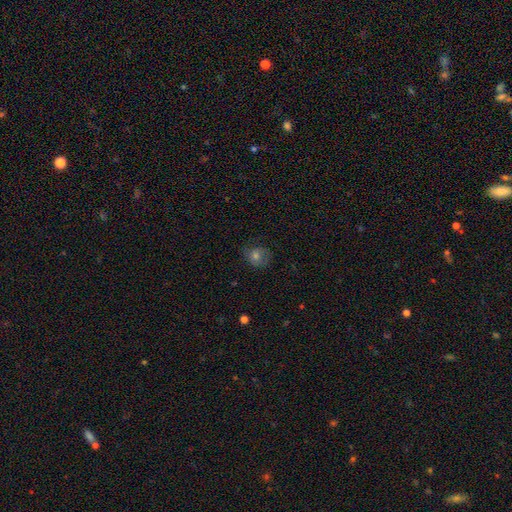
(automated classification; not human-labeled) Overall: smooth (61%; featured or disk 24%). How rounded: round (76%). Merging: none (71%).